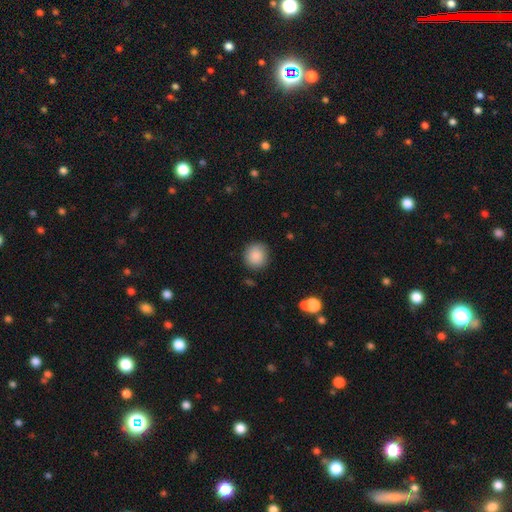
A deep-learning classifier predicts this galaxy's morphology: Q: Smooth or featured?
A: smooth (88%); runner-up: star or artifact (8%)
Q: How rounded?
A: round (91%); runner-up: in between (8%)
Q: Merging?
A: none (88%); runner-up: minor disturbance (9%)